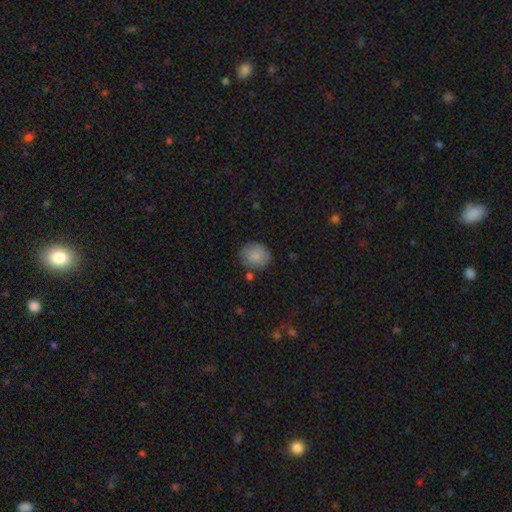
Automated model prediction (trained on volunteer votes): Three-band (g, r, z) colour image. It shows a smooth galaxy with no disk features (81%) that is round (76%). Merging: none (72%).